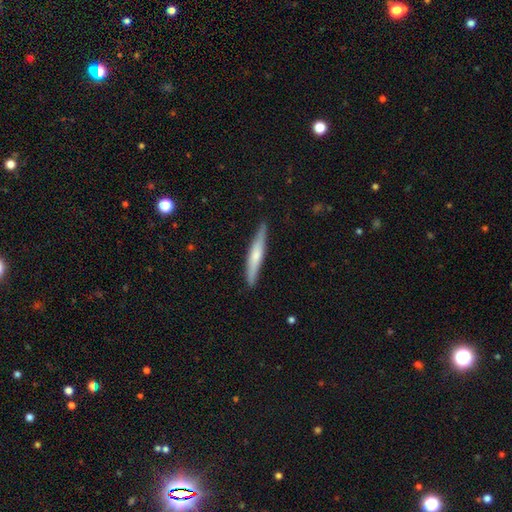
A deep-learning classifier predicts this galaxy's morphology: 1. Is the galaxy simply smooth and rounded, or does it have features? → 51% smooth, 44% featured or disk, 5% star or artifact.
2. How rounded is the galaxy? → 94% cigar-shaped, 5% in between, 1% round.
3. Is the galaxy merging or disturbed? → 88% none, 10% minor disturbance, 2% major disturbance, 1% merger.